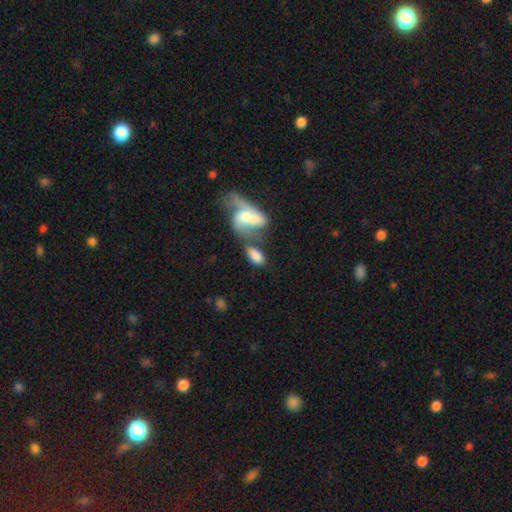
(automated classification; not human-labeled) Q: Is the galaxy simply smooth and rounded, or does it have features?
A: smooth — 76%.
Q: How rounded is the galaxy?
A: in between — 91%.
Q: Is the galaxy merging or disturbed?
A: merger — 49%.